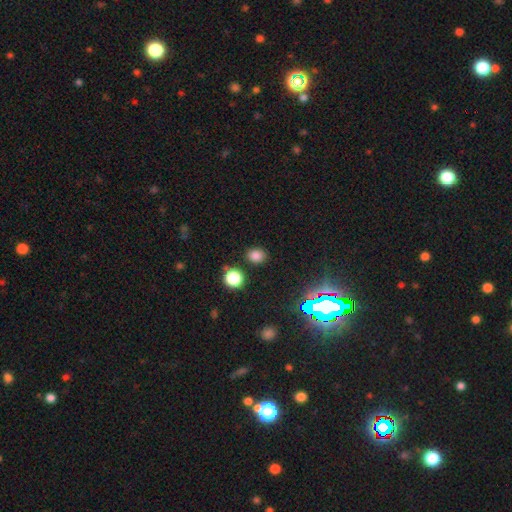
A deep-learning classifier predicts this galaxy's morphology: type=smooth (77%); roundness=round (62%); merging=none (85%).